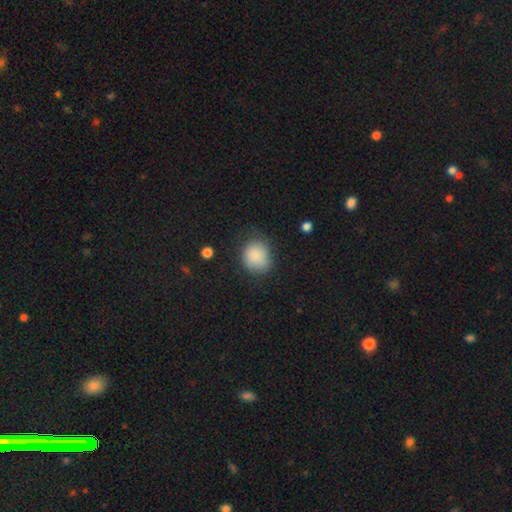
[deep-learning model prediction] This appears to be a smooth galaxy with no disk features (86%) that is round (71%). Merging: none (66%).